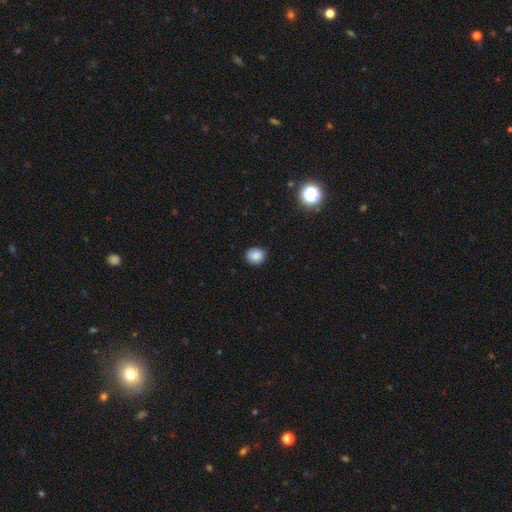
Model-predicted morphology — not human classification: Smooth or featured?
  - smooth: 86% *
  - star or artifact: 11%
  - featured or disk: 4%
How rounded?
  - round: 76% *
  - in between: 23%
  - cigar-shaped: 1%
Merging?
  - none: 89% *
  - minor disturbance: 8%
  - major disturbance: 2%
  - merger: 1%